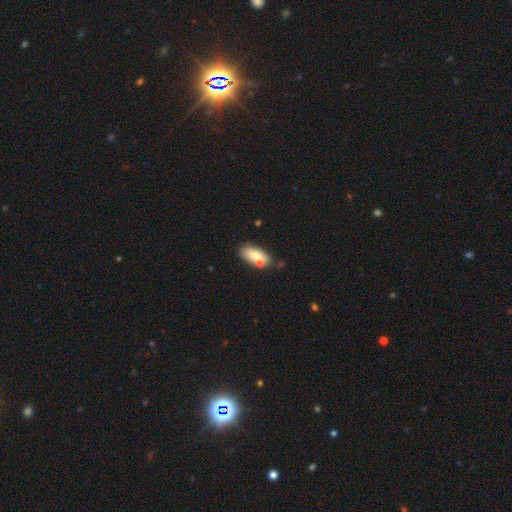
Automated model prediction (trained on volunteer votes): A smooth galaxy with no disk features (72%) that is in between round and cigar-shaped (87%). Merging: none (59%).